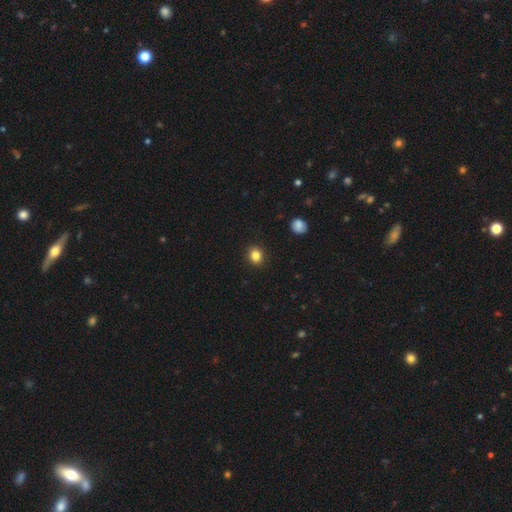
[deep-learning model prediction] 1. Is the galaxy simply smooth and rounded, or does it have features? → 84% smooth, 11% star or artifact, 5% featured or disk.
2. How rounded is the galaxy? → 67% round, 32% in between, 1% cigar-shaped.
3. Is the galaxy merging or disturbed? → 91% none, 6% minor disturbance, 2% major disturbance, 1% merger.